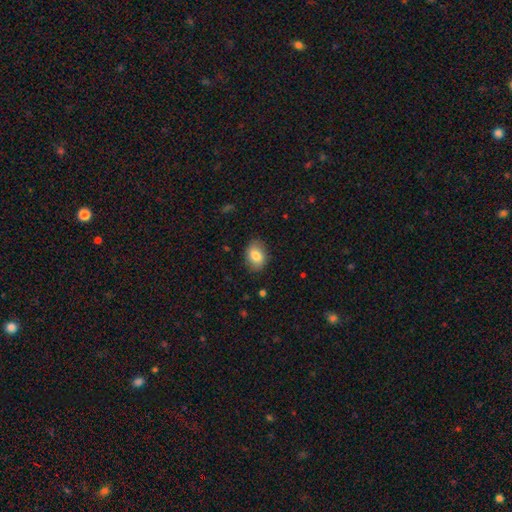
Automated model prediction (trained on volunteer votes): The model was most divided on "how rounded": in between: 76%, round: 23%, cigar-shaped: 1%. More confident: merging — none (84%); smooth or featured — smooth (80%).